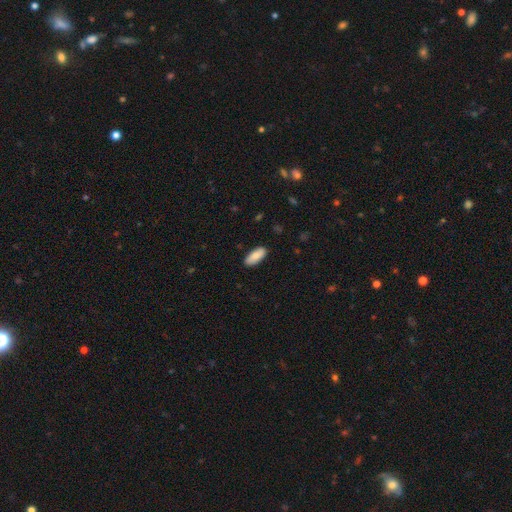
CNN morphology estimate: smooth-or-featured: smooth: 86% | featured or disk: 9% | star or artifact: 6%
  how-rounded: in between: 85% | cigar-shaped: 13% | round: 2%
  merging: none: 88% | minor disturbance: 9% | major disturbance: 2% | merger: 1%